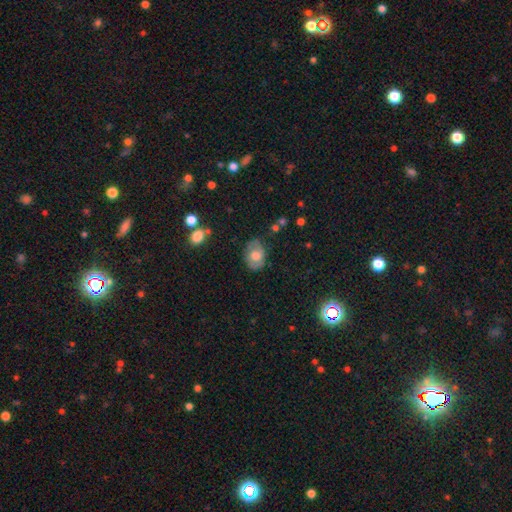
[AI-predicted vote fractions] smooth-or-featured: smooth: 52% | featured or disk: 40% | star or artifact: 8%
  how-rounded: in between: 71% | round: 27% | cigar-shaped: 1%
  merging: none: 74% | minor disturbance: 19% | major disturbance: 5% | merger: 2%